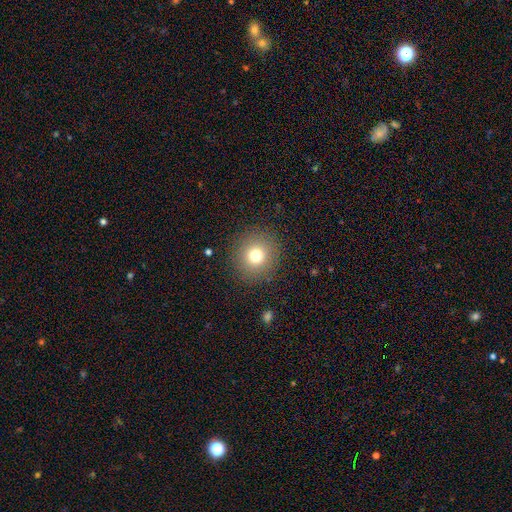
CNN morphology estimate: A smooth galaxy with no disk features (75%) that is round (93%). Merging: none (89%).